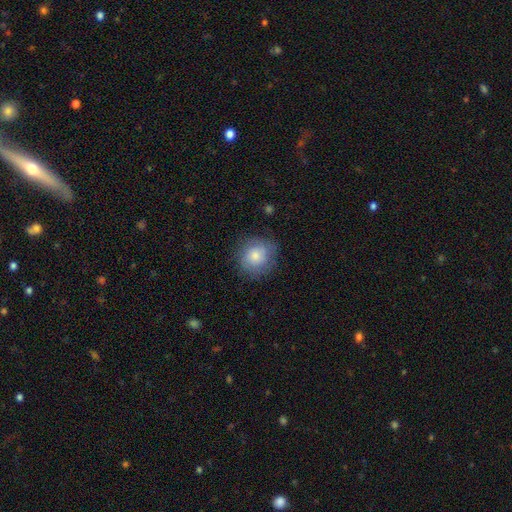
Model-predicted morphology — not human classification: Smooth or featured?
  - smooth: 72% *
  - featured or disk: 20%
  - star or artifact: 8%
How rounded?
  - round: 88% *
  - in between: 11%
  - cigar-shaped: 1%
Merging?
  - none: 76% *
  - minor disturbance: 17%
  - major disturbance: 6%
  - merger: 1%